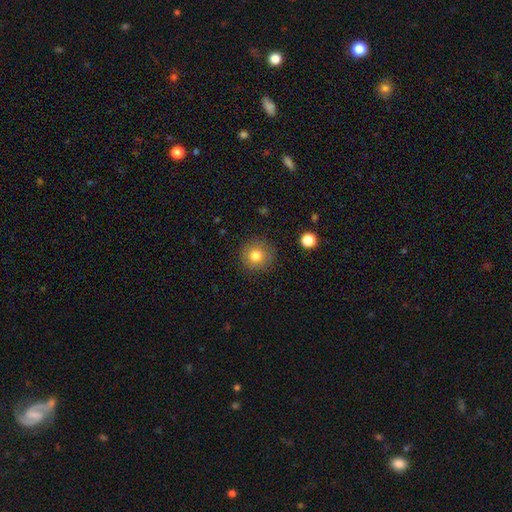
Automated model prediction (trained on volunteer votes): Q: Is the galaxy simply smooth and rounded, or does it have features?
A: smooth — 80%.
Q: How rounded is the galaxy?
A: round — 94%.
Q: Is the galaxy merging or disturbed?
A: none — 88%.